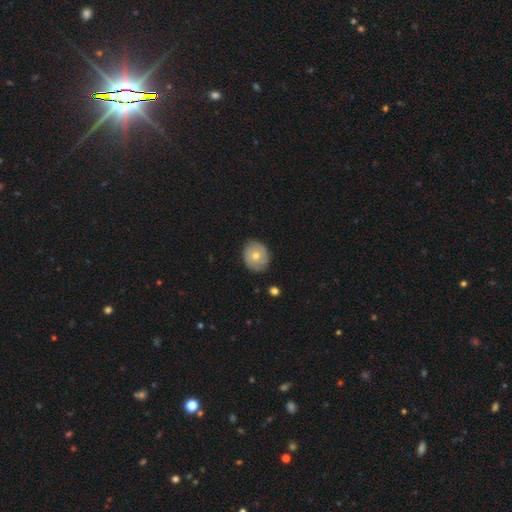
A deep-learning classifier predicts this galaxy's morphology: This is possibly a smooth galaxy (53%). How rounded: likely round (69%). Merging: likely none (80%).